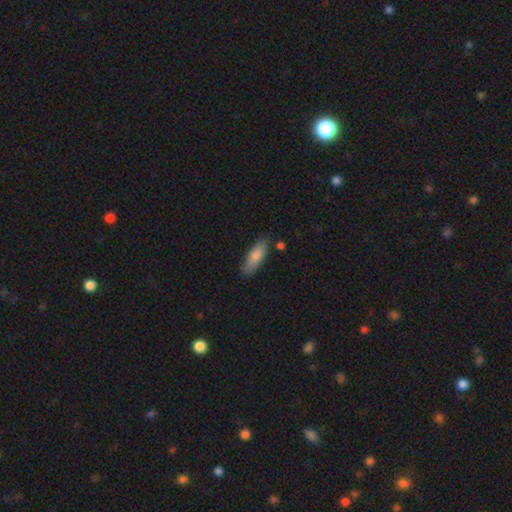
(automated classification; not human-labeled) The model was most divided on "how rounded": in between: 56%, cigar-shaped: 43%, round: 2%. More confident: smooth or featured — smooth (81%); merging — none (80%).